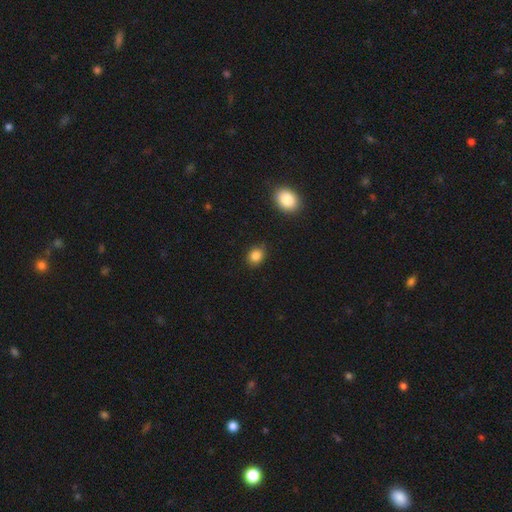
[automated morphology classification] smooth 85%, star or artifact 11%, featured or disk 5%. Down the decision tree: how rounded — round (60%); merging — none (85%).